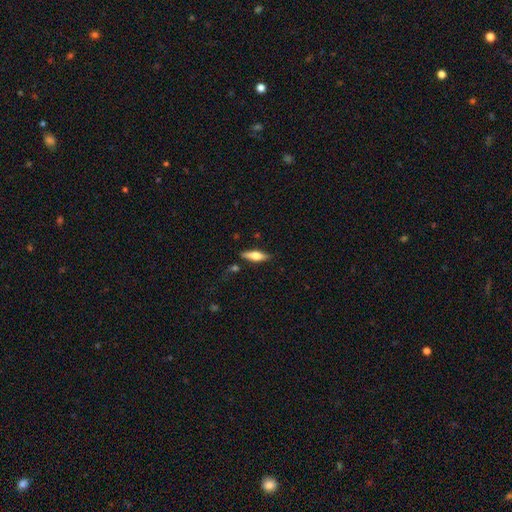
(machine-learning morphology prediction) The model was most divided on "smooth or featured": smooth: 49%, featured or disk: 45%, star or artifact: 6%. More confident: merging — none (81%).